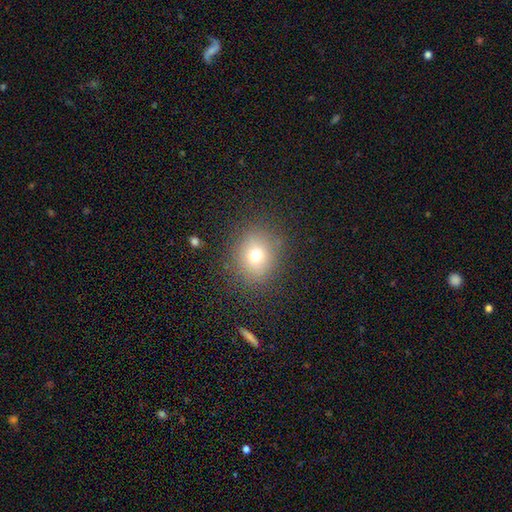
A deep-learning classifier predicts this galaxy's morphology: This is likely a smooth galaxy (72%). How rounded: likely round (67%). Merging: clearly none (84%).